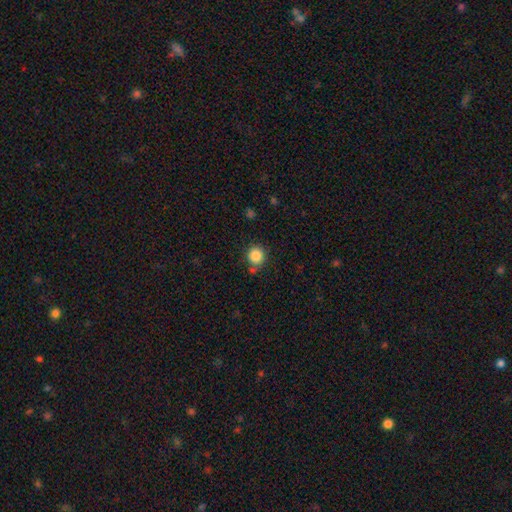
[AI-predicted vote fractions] smooth_or_featured: smooth (p=0.86) [alt: star or artifact p=0.10]
how_rounded: round (p=0.90) [alt: in between p=0.09]
merging: none (p=0.76) [alt: minor disturbance p=0.13]